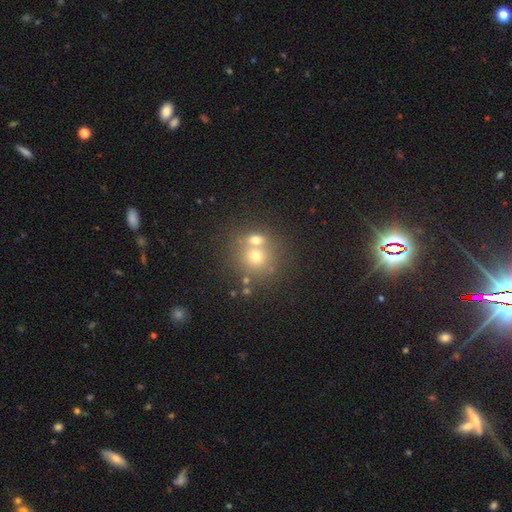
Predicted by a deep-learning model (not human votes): smooth-or-featured: smooth: 64% | featured or disk: 20% | star or artifact: 16%
  how-rounded: round: 82% | in between: 17% | cigar-shaped: 1%
  merging: merger: 48% | none: 41% | minor disturbance: 7% | major disturbance: 3%